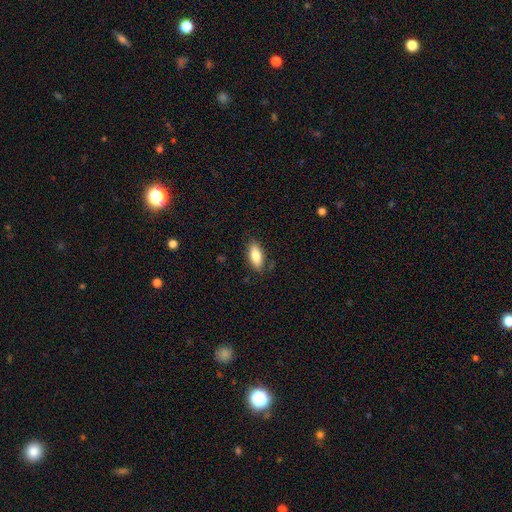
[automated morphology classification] smooth_or_featured: smooth (p=0.81) [alt: featured or disk p=0.12]
how_rounded: in between (p=0.85) [alt: cigar-shaped p=0.13]
merging: none (p=0.83) [alt: minor disturbance p=0.13]